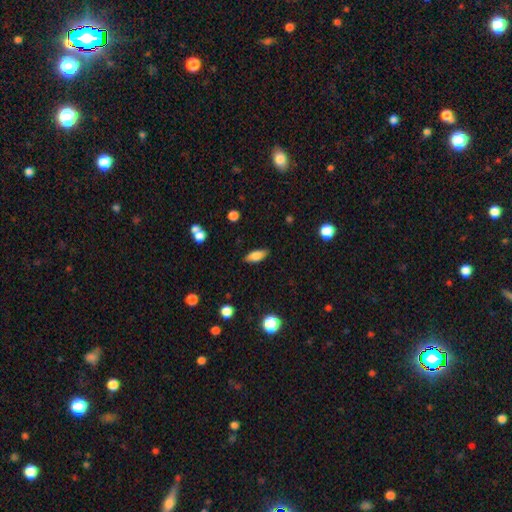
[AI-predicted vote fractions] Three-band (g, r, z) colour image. It shows a smooth galaxy with no disk features (80%) that is in between round and cigar-shaped (81%). Merging: none (85%).